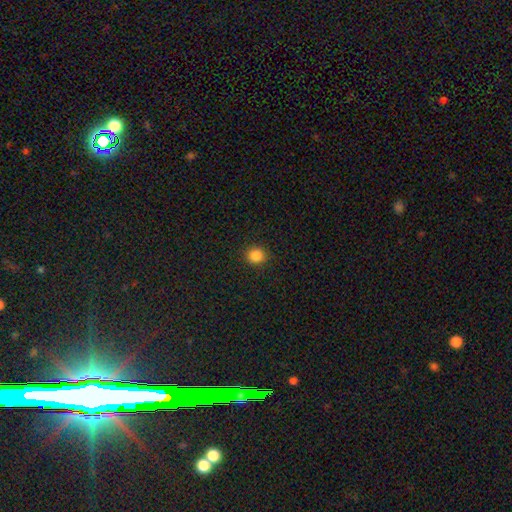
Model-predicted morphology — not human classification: A smooth galaxy with no disk features (85%) that is round (88%). Merging: none (91%).